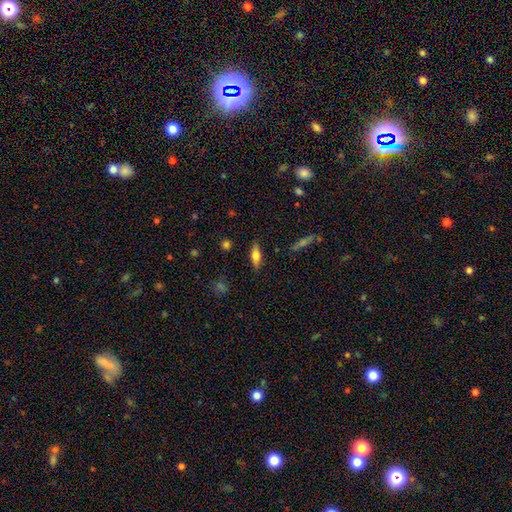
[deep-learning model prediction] Morphology: type=smooth (58%); roundness=in between (58%); merging=none (84%).